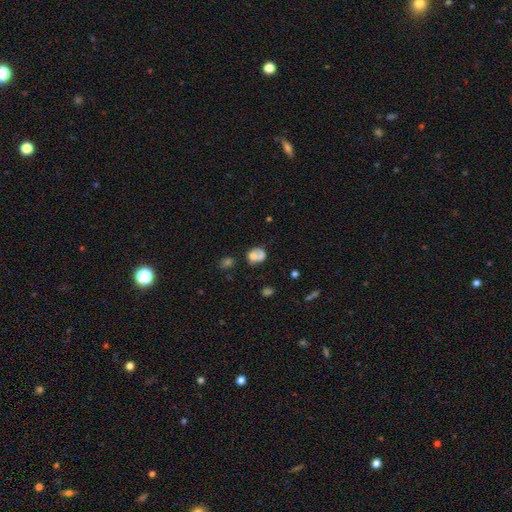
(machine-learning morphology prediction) type=smooth (61%); roundness=round (59%); merging=merger (43%).